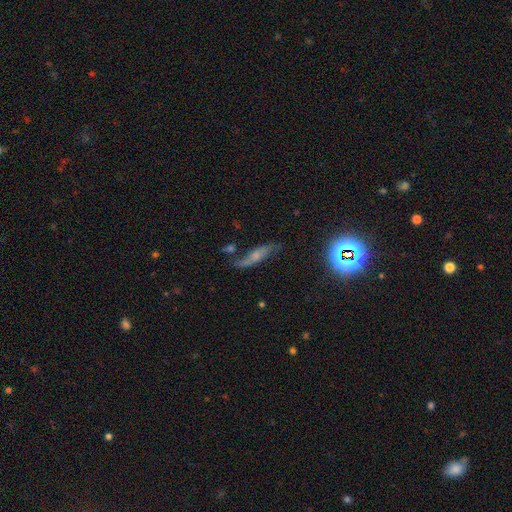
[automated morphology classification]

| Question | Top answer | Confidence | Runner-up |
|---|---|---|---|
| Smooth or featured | featured or disk | 56% | smooth (29%) |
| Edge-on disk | no | 63% | yes (37%) |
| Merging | none | 59% | minor disturbance (23%) |